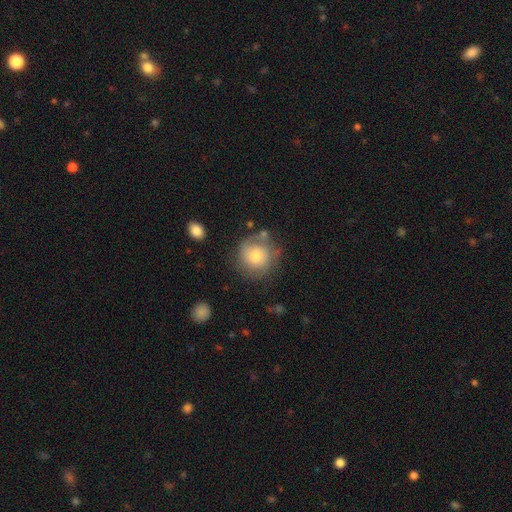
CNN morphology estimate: The model was most divided on "smooth or featured": smooth: 61%, featured or disk: 30%, star or artifact: 9%. More confident: how rounded — round (90%); merging — none (69%).